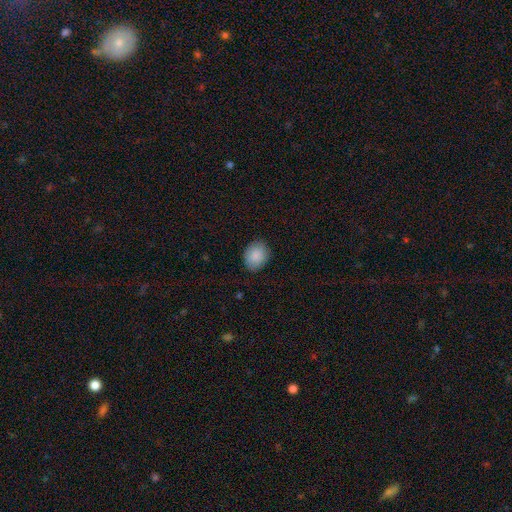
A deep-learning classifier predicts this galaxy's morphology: type=smooth (88%); roundness=in between (53%); merging=none (84%).